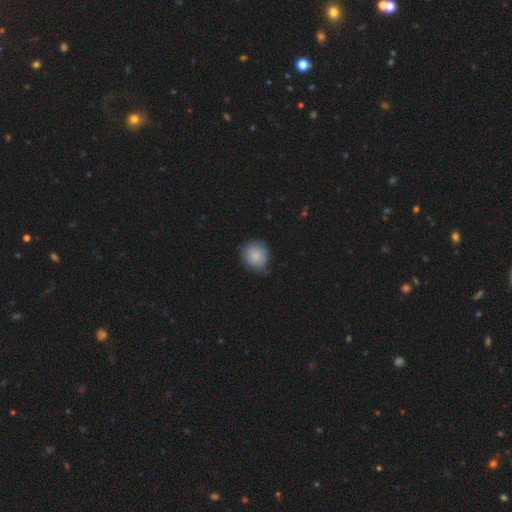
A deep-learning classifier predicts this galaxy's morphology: smooth_or_featured: smooth (p=0.84) [alt: featured or disk p=0.09]
how_rounded: round (p=0.80) [alt: in between p=0.19]
merging: none (p=0.66) [alt: minor disturbance p=0.28]